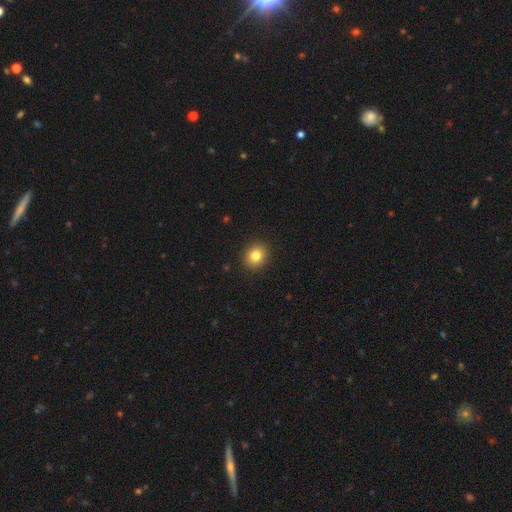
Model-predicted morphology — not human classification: Smooth or featured? Predicted: smooth (p=0.82). How rounded? Predicted: round (p=0.73). Merging? Predicted: none (p=0.91).